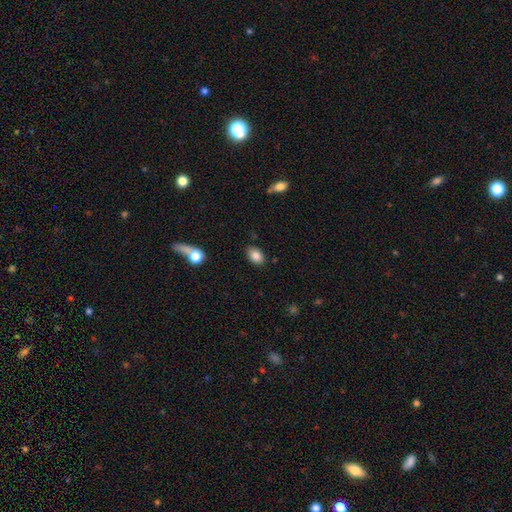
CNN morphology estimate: Smooth or featured? smooth (85%)
How rounded? in between (83%)
Merging? none (83%)